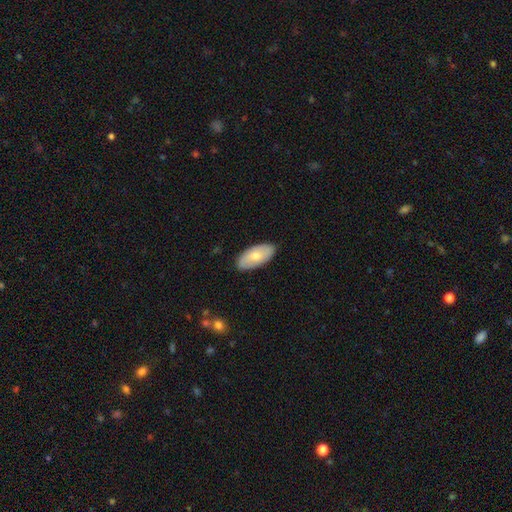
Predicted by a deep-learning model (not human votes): A smooth galaxy with no disk features (66%) that is in between round and cigar-shaped (94%). Merging: none (86%).